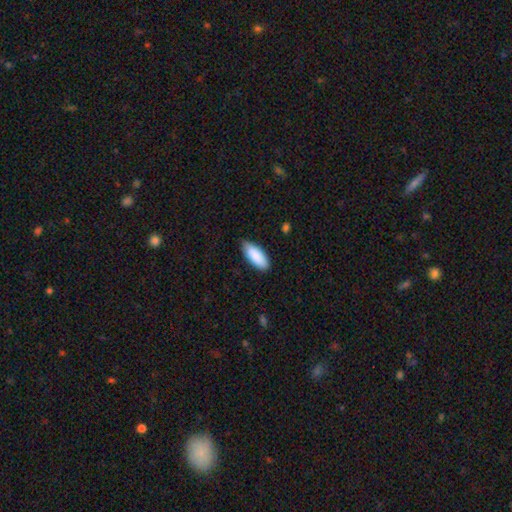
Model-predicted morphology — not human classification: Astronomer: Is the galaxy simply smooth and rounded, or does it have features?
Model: smooth — 88%.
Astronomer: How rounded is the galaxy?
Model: in between — 84%.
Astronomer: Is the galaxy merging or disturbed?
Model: none — 79%.